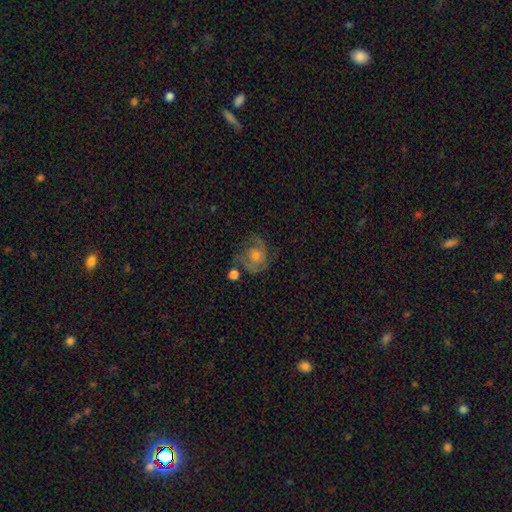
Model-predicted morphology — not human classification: featured or disk 66%, smooth 22%, star or artifact 12%. Down the decision tree: edge-on disk — no (97%); bar — no (76%); spiral arms — yes (85%); spiral arm count — 2 (43%); spiral winding — medium (44%); bulge size — moderate (57%); merging — none (61%).